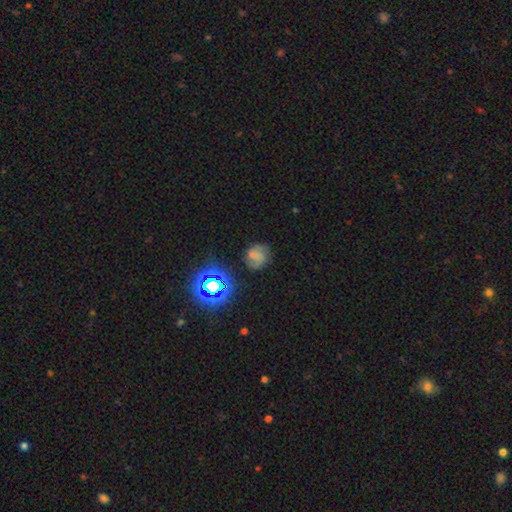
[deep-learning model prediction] Morphology: type=smooth (46%); merging=none (67%).